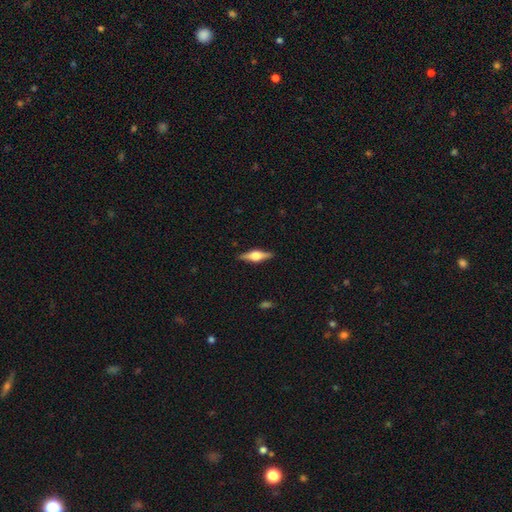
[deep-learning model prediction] A featured or disk galaxy (69%) viewed edge-on (97%) with a rounded central bulge (91%).

Vote fractions:
- Smooth or featured? featured or disk: 69% / smooth: 25% / star or artifact: 6%
- Edge-on disk? yes: 97% / no: 3%
- Edge-on bulge? rounded: 91% / boxy: 7% / none: 1%
- Merging? none: 89% / minor disturbance: 8% / major disturbance: 2% / merger: 1%